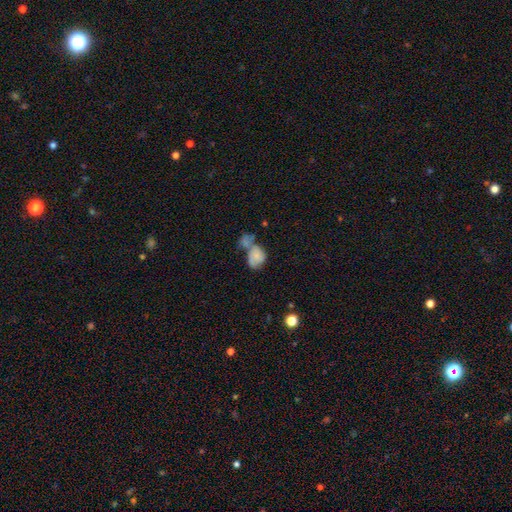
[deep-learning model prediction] Smooth or featured? Predicted: smooth (p=0.71). How rounded? Predicted: in between (p=0.66). Merging? Predicted: merger (p=0.58).